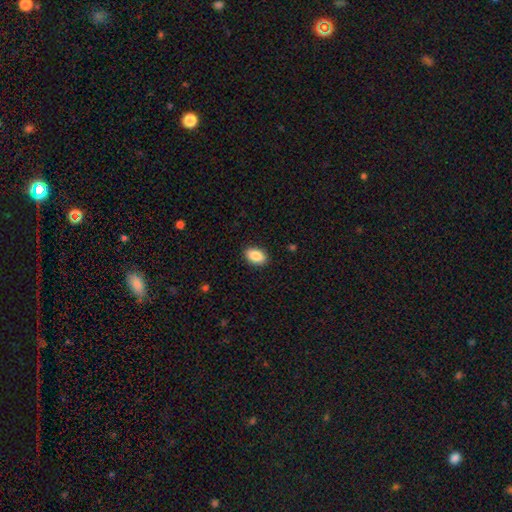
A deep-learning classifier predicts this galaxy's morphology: Smooth or featured? Predicted: smooth (p=0.88). How rounded? Predicted: in between (p=0.90). Merging? Predicted: none (p=0.89).